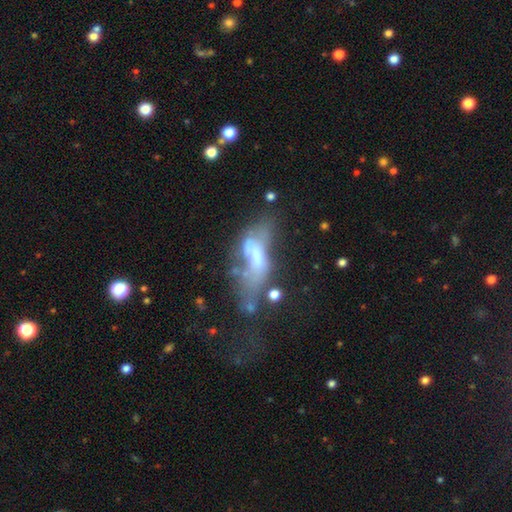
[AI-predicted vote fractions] Smooth or featured?
  - featured or disk: 51% *
  - smooth: 36%
  - star or artifact: 13%
Edge-on disk?
  - no: 84% *
  - yes: 16%
Merging?
  - major disturbance: 40% *
  - merger: 27%
  - none: 18%
  - minor disturbance: 15%